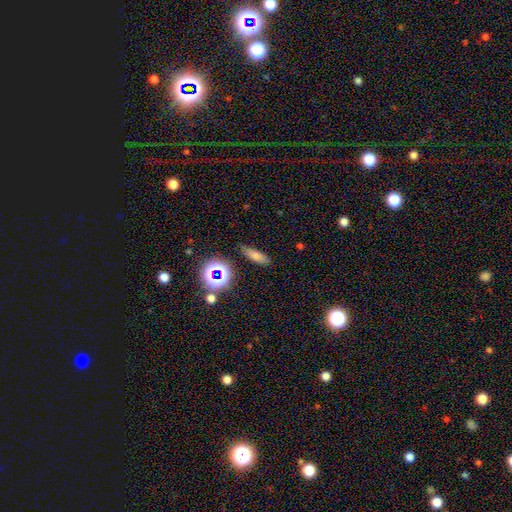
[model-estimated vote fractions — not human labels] Smooth or featured?
  - smooth: 62% *
  - star or artifact: 23%
  - featured or disk: 15%
How rounded?
  - cigar-shaped: 54% *
  - in between: 36%
  - round: 10%
Merging?
  - none: 84% *
  - minor disturbance: 10%
  - major disturbance: 3%
  - merger: 2%